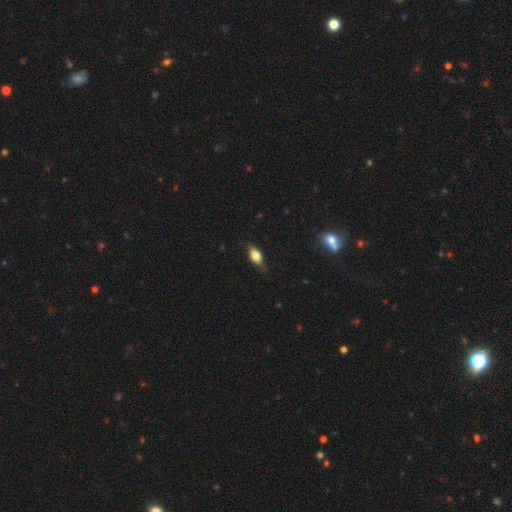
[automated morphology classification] A smooth galaxy with no disk features (69%) that is in between round and cigar-shaped (83%).

Vote fractions:
- Smooth or featured? smooth: 69% / featured or disk: 23% / star or artifact: 8%
- How rounded? in between: 83% / cigar-shaped: 10% / round: 7%
- Merging? none: 73% / minor disturbance: 21% / major disturbance: 5% / merger: 1%